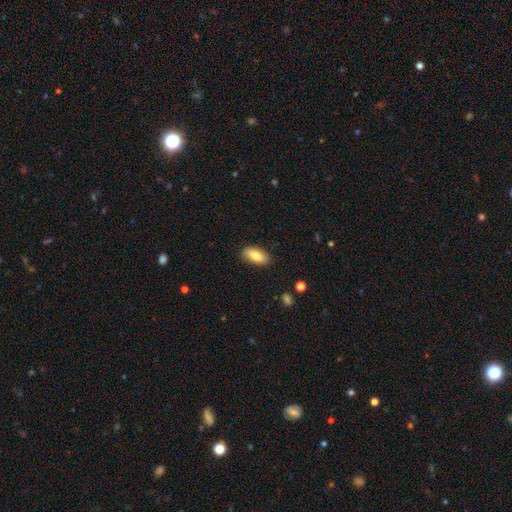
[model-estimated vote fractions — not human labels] smooth 85%, featured or disk 9%, star or artifact 7%. Down the decision tree: how rounded — in between (88%); merging — none (86%).